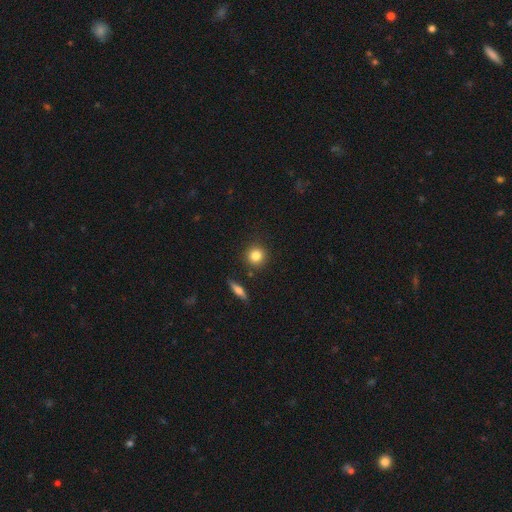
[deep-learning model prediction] Smooth or featured? Predicted: smooth (p=0.82). How rounded? Predicted: round (p=0.91). Merging? Predicted: none (p=0.87).